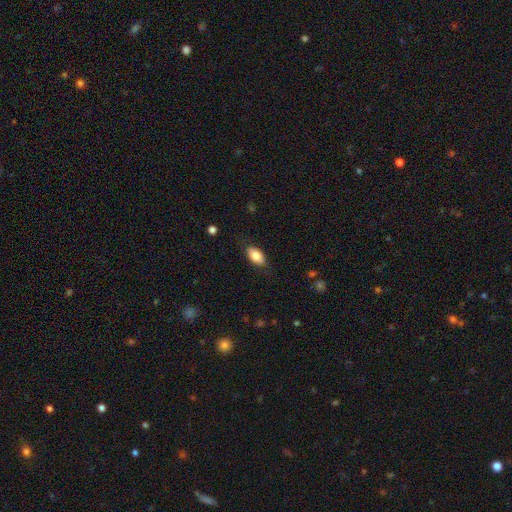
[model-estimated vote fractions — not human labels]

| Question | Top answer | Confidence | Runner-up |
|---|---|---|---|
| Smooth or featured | smooth | 83% | featured or disk (11%) |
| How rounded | in between | 92% | round (4%) |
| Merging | none | 83% | minor disturbance (13%) |